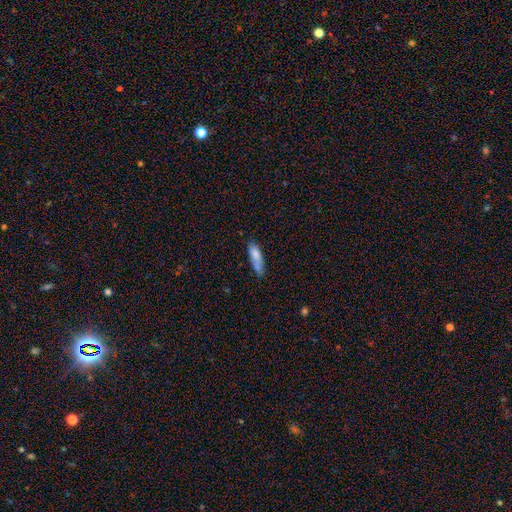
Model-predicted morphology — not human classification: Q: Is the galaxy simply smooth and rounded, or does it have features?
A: smooth — 79%.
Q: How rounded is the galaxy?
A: in between — 50%.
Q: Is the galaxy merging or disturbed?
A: none — 57%.